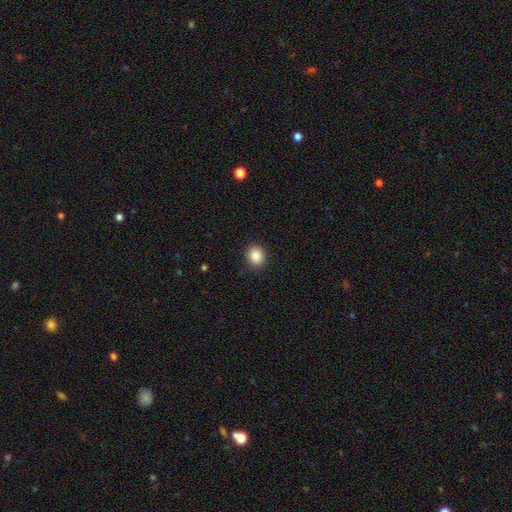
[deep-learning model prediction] Q: Smooth or featured?
A: smooth (87%); runner-up: star or artifact (9%)
Q: How rounded?
A: round (77%); runner-up: in between (22%)
Q: Merging?
A: none (90%); runner-up: minor disturbance (7%)